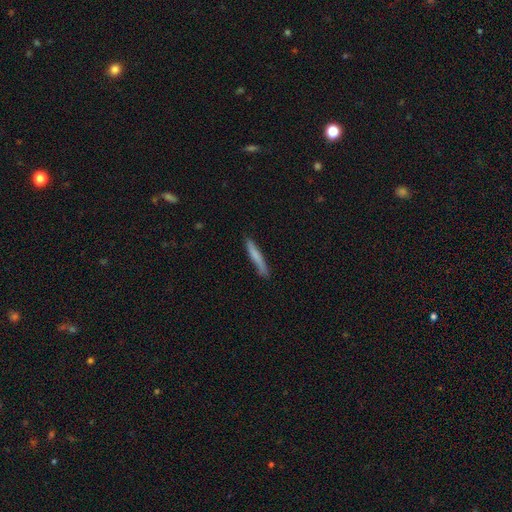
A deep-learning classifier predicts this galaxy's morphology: Smooth or featured: smooth — 71% (featured or disk — 23%)
How rounded: cigar-shaped — 95% (in between — 4%)
Merging: none — 81% (minor disturbance — 15%)